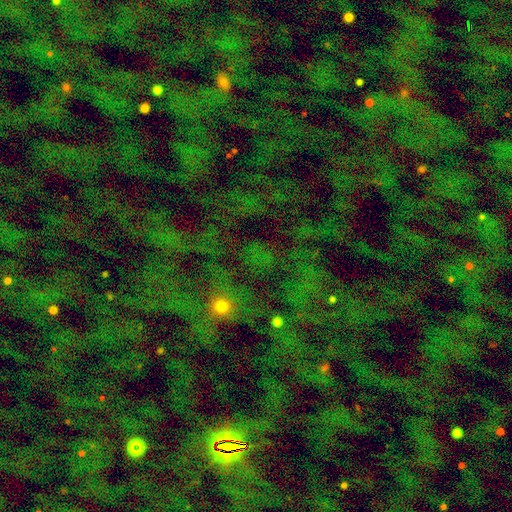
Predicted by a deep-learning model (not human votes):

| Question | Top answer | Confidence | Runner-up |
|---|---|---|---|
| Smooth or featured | star or artifact | 67% | smooth (22%) |